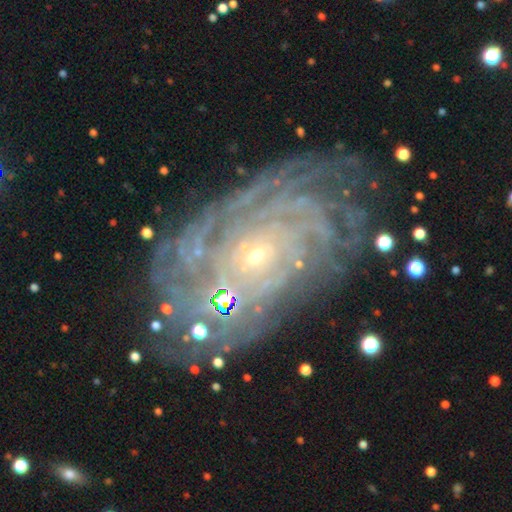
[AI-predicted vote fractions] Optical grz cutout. It shows a featured or disk galaxy (86%) with no bar (77%), tight (83%) spiral arms (97%) and a small central bulge (84%). Merging: none (75%).